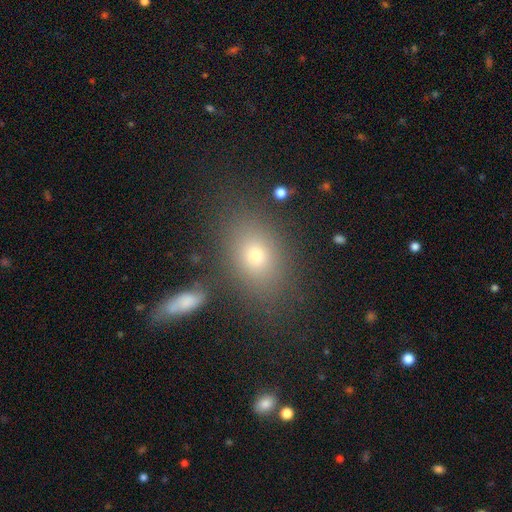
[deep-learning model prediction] The model was most divided on "how rounded": in between: 71%, round: 27%, cigar-shaped: 2%. More confident: merging — none (78%); smooth or featured — smooth (72%).